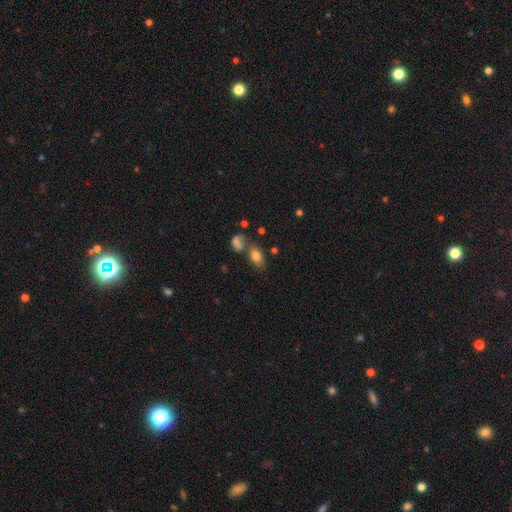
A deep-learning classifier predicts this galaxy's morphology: type=smooth (79%); roundness=in between (87%); merging=none (52%).